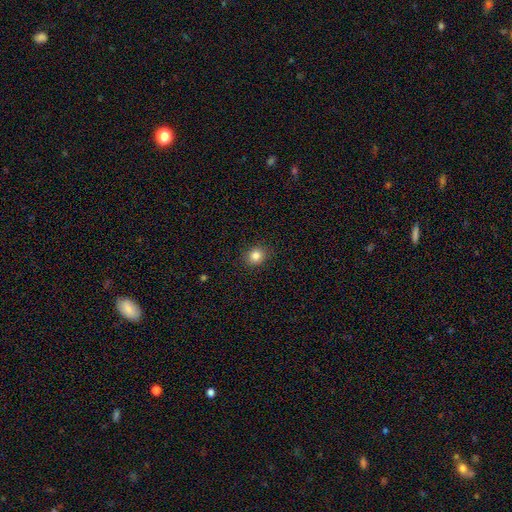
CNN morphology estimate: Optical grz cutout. It shows a smooth galaxy with no disk features (84%) that is round (74%). Merging: none (89%).